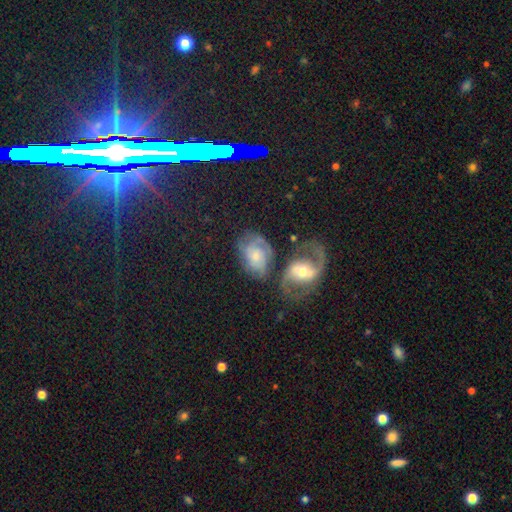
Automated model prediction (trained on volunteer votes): Smooth or featured?
  - featured or disk: 60% *
  - smooth: 31%
  - star or artifact: 9%
Edge-on disk?
  - no: 96% *
  - yes: 4%
Bar?
  - no: 58% *
  - weak: 33%
  - strong: 9%
Spiral arms?
  - yes: 84% *
  - no: 16%
Bulge size?
  - small: 49% *
  - moderate: 42%
  - large: 4%
  - none: 3%
  - dominant: 1%
Merging?
  - none: 36% *
  - merger: 33%
  - minor disturbance: 18%
  - major disturbance: 14%